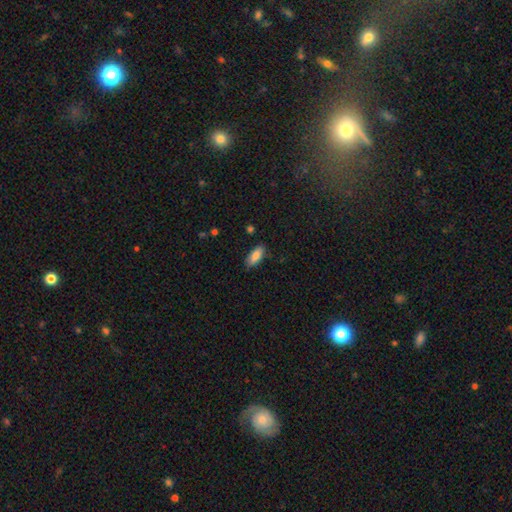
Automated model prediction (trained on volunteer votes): smooth-or-featured: smooth: 82% | featured or disk: 12% | star or artifact: 7%
  how-rounded: in between: 82% | cigar-shaped: 16% | round: 2%
  merging: none: 83% | minor disturbance: 13% | major disturbance: 2% | merger: 1%